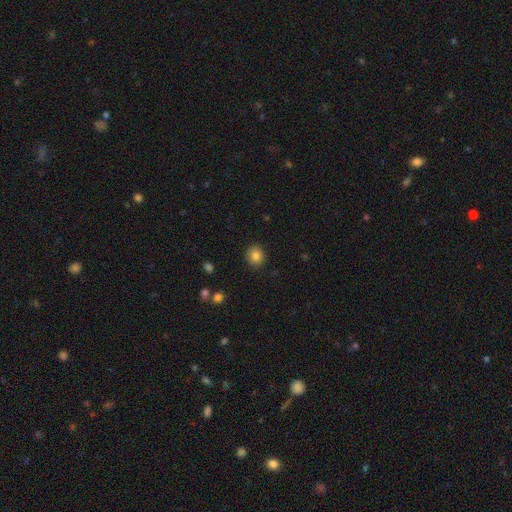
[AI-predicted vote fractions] Overall: smooth (83%). How rounded: round (83%). Merging: none (90%).